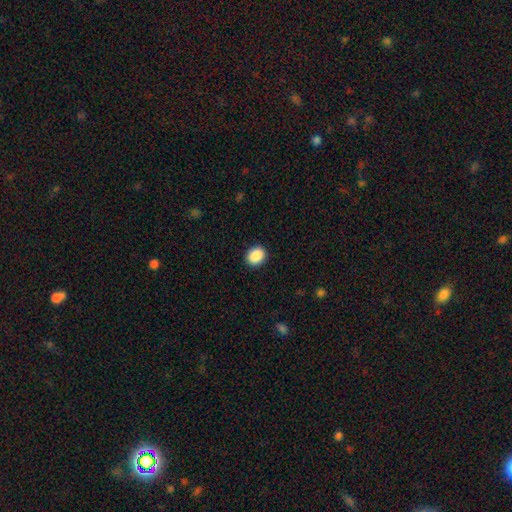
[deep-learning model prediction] This is clearly a smooth galaxy (89%). How rounded: likely round (63%). Merging: clearly none (91%).